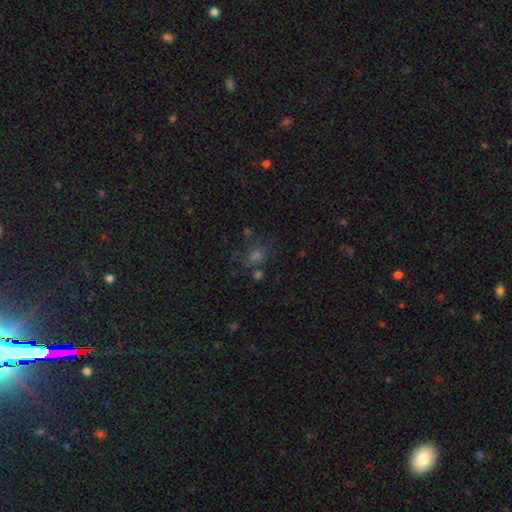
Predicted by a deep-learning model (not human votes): smooth_or_featured: smooth (p=0.47) [alt: star or artifact p=0.37]
merging: none (p=0.61) [alt: minor disturbance p=0.16]